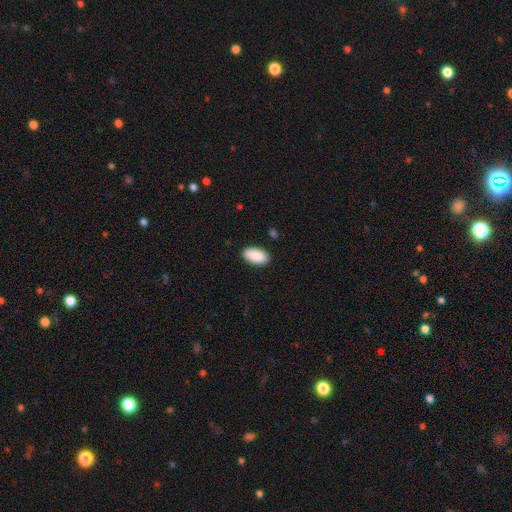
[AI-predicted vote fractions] Smooth or featured?
  - smooth: 90% *
  - star or artifact: 6%
  - featured or disk: 4%
How rounded?
  - in between: 95% *
  - round: 2%
  - cigar-shaped: 2%
Merging?
  - none: 88% *
  - minor disturbance: 9%
  - major disturbance: 2%
  - merger: 1%